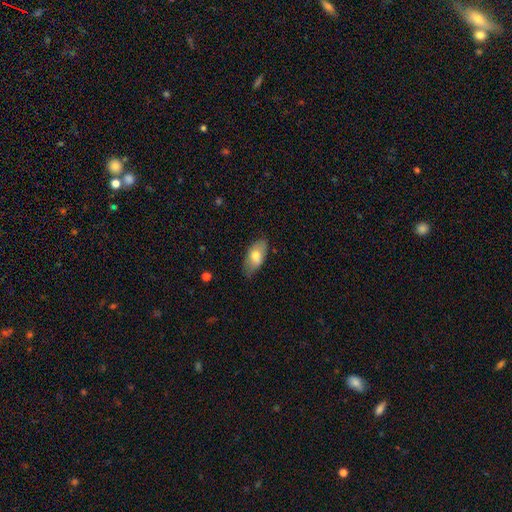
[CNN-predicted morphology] type=smooth (70%); roundness=in between (91%); merging=none (75%).